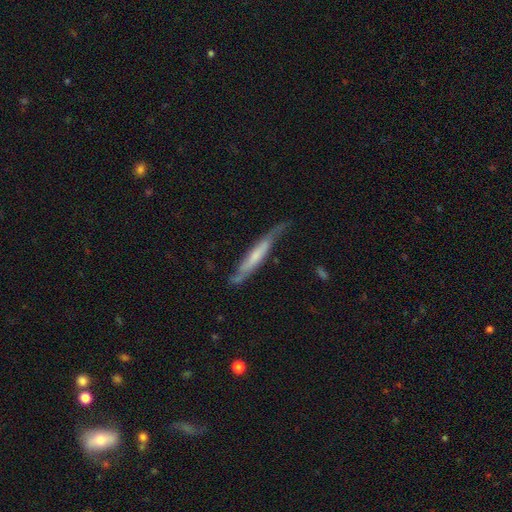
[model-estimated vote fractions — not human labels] The model was most divided on "smooth or featured": featured or disk: 58%, smooth: 37%, star or artifact: 5%. More confident: edge-on disk — yes (77%); merging — none (59%).